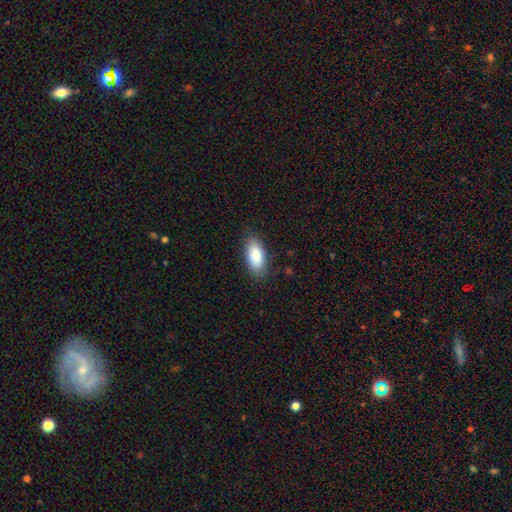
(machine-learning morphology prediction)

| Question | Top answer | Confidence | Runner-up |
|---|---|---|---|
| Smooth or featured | smooth | 87% | featured or disk (7%) |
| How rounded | in between | 90% | cigar-shaped (8%) |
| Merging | none | 82% | minor disturbance (14%) |